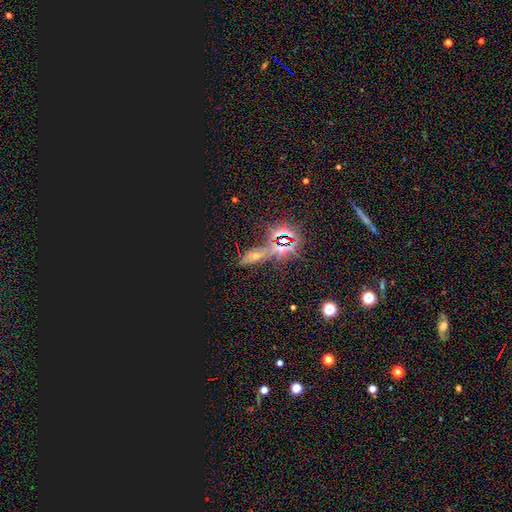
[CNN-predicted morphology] Smooth or featured?
  - star or artifact: 56% *
  - smooth: 25%
  - featured or disk: 19%